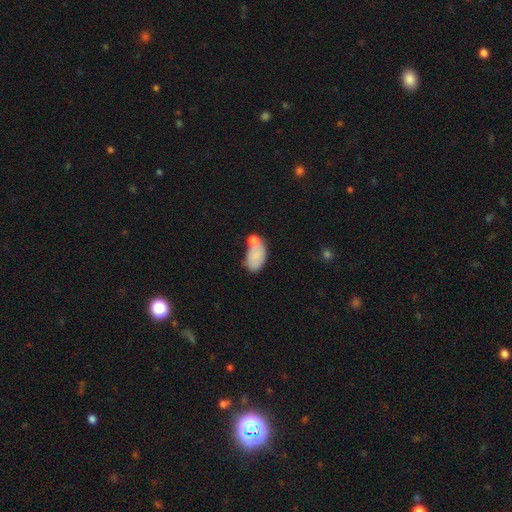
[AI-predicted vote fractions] Smooth or featured? Predicted: smooth (p=0.76). How rounded? Predicted: in between (p=0.91). Merging? Predicted: merger (p=0.35).